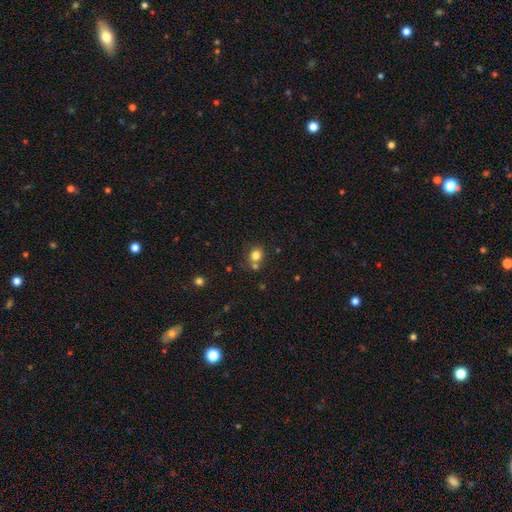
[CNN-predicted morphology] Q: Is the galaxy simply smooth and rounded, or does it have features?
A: smooth — 79%.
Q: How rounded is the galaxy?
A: round — 82%.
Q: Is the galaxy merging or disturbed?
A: none — 62%.